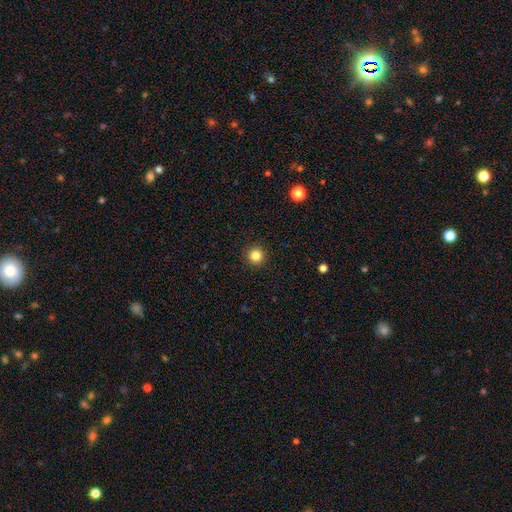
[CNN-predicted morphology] Overall: smooth (85%). How rounded: round (96%). Merging: none (93%).